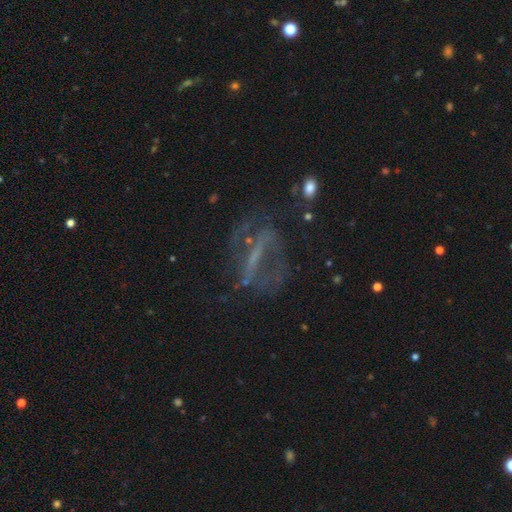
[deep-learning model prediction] This is likely a featured or disk galaxy (66%). It is clearly not viewed edge-on (82%). Bar: possibly strong (53%). Spiral arm pattern: possibly no (51%). Central bulge: possibly none (51%). Merging: possibly none (51%).